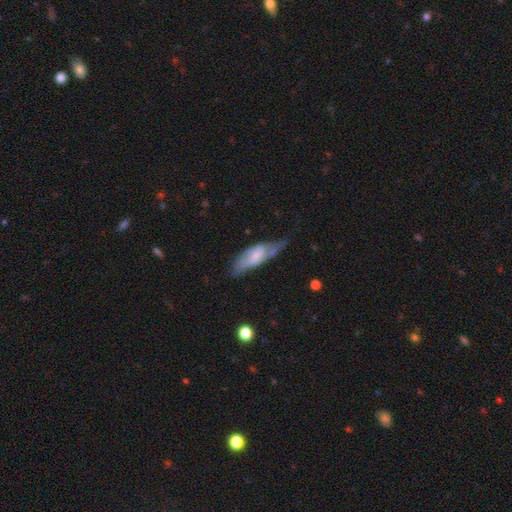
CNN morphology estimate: smooth_or_featured: featured or disk (p=0.47) [alt: smooth p=0.46]
merging: none (p=0.45) [alt: minor disturbance p=0.33]